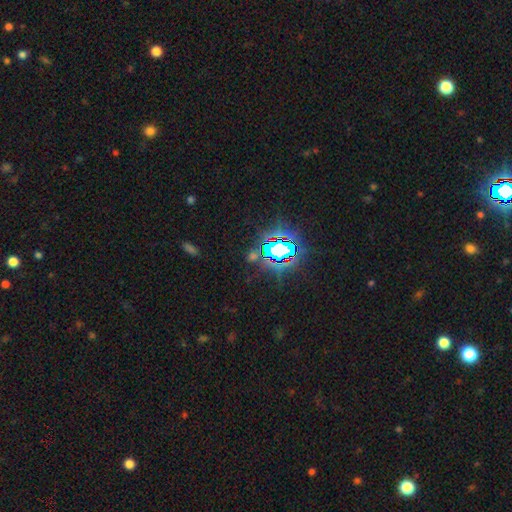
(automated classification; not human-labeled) Smooth or featured: star or artifact — 76% (smooth — 14%)